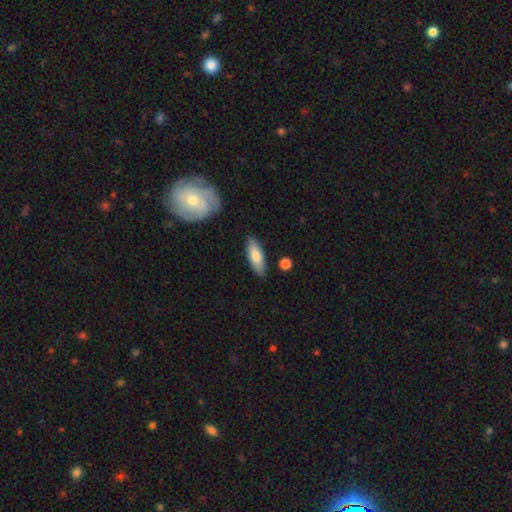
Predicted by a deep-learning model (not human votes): A smooth galaxy with no disk features (78%) that is in between round and cigar-shaped (63%).

Vote fractions:
- Smooth or featured? smooth: 78% / featured or disk: 16% / star or artifact: 6%
- How rounded? in between: 63% / cigar-shaped: 34% / round: 2%
- Merging? none: 83% / minor disturbance: 11% / merger: 3% / major disturbance: 2%